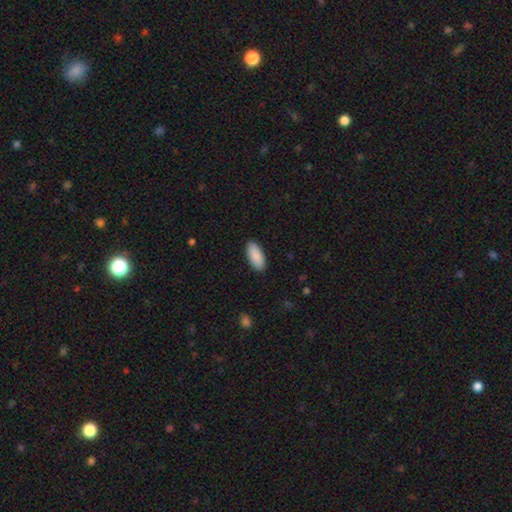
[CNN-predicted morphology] A smooth galaxy with no disk features (91%) that is in between round and cigar-shaped (89%). Merging: none (90%).